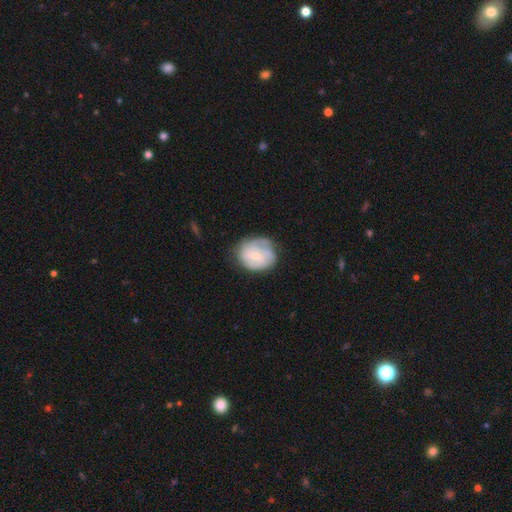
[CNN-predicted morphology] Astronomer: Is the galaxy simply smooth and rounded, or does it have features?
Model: featured or disk — 63%.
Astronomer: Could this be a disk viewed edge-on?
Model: no — 98%.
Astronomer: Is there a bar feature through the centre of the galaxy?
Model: no — 69%.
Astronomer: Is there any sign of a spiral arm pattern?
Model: yes — 84%.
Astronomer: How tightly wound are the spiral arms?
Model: tight — 58%.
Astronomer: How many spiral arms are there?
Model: can't tell — 38% (runner-up: 2, 23%).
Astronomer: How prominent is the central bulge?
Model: small — 63%.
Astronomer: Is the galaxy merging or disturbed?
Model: none — 59%.